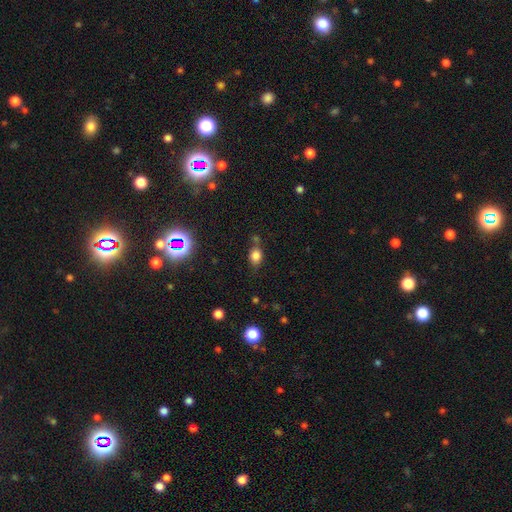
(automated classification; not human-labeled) Morphology: type=smooth (79%); roundness=in between (62%); merging=none (63%).